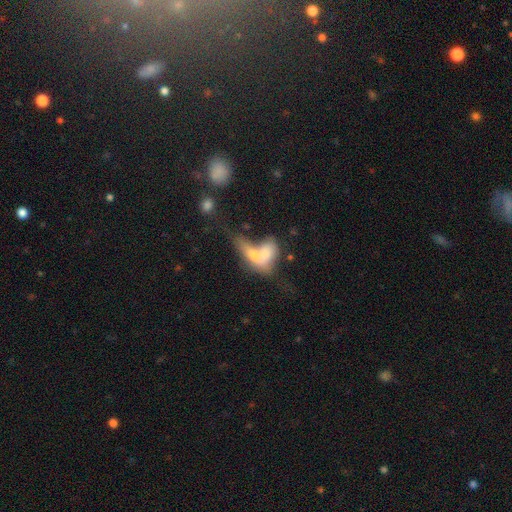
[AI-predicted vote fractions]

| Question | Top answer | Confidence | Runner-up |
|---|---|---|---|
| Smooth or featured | smooth | 62% | featured or disk (30%) |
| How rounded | in between | 72% | cigar-shaped (15%) |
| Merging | merger | 70% | none (15%) |